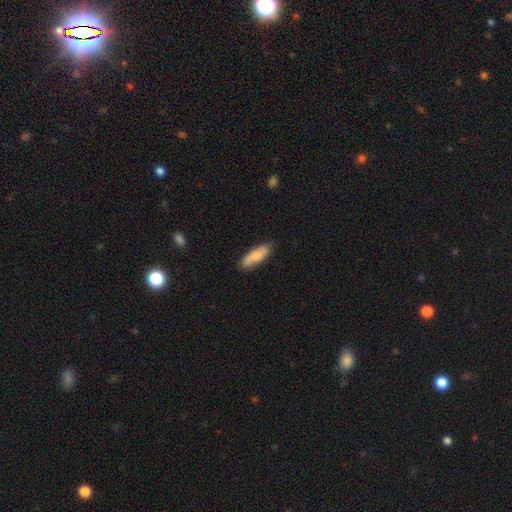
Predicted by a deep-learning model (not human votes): Smooth or featured?
  - smooth: 66% *
  - featured or disk: 28%
  - star or artifact: 6%
How rounded?
  - in between: 60% *
  - cigar-shaped: 38%
  - round: 2%
Merging?
  - none: 80% *
  - minor disturbance: 15%
  - major disturbance: 3%
  - merger: 2%